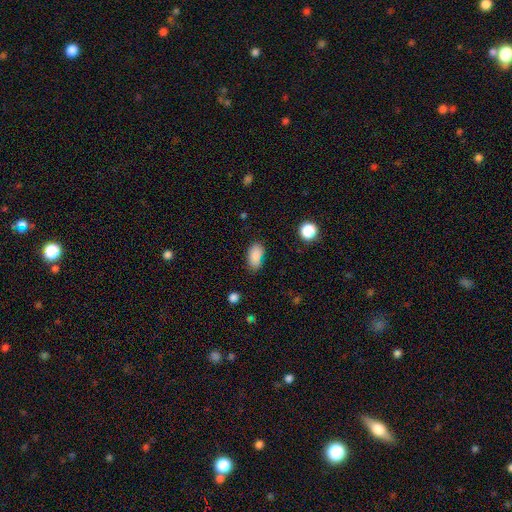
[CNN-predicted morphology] Smooth or featured? Predicted: smooth (p=0.86). How rounded? Predicted: in between (p=0.91). Merging? Predicted: none (p=0.72).